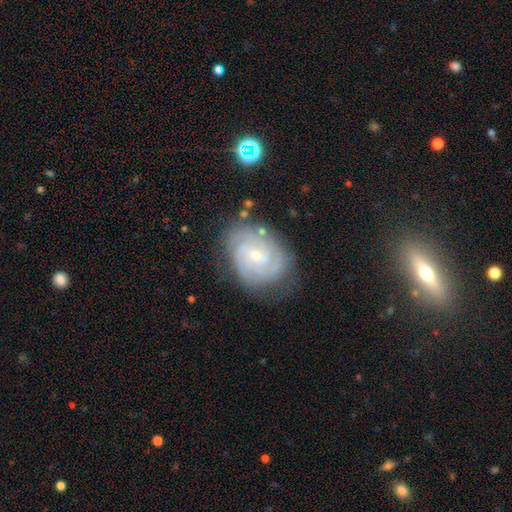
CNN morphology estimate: This appears to be a featured or disk galaxy (82%) with no bar (55%), tight (70%) spiral arms (95%) and a small central bulge (73%). Merging: none (71%).